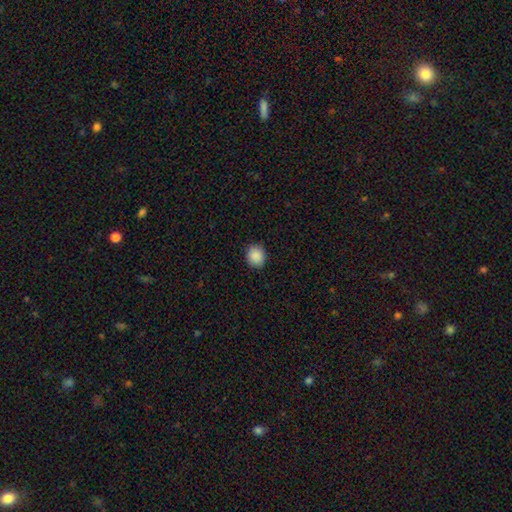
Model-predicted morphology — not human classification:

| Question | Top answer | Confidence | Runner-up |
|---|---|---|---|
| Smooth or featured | smooth | 89% | star or artifact (8%) |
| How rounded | round | 76% | in between (23%) |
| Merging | none | 89% | minor disturbance (8%) |